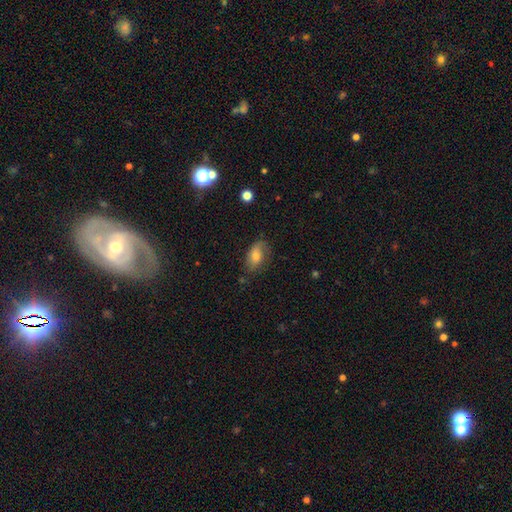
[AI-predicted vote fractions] smooth-or-featured: smooth: 57% | featured or disk: 33% | star or artifact: 10%
  how-rounded: in between: 88% | round: 9% | cigar-shaped: 3%
  merging: none: 65% | minor disturbance: 25% | major disturbance: 9% | merger: 2%